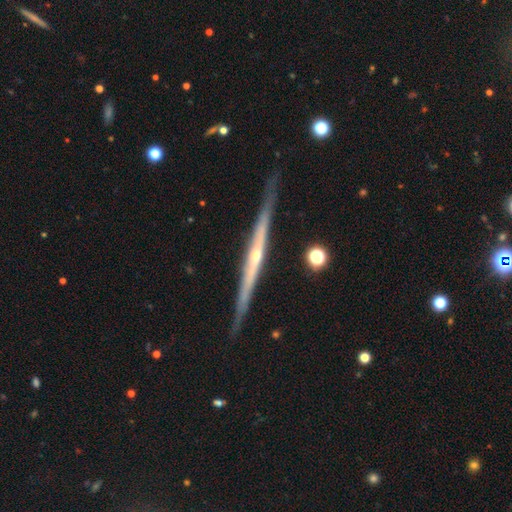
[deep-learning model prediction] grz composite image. It shows a featured or disk galaxy (85%) viewed edge-on (98%) with a rounded central bulge (71%). Merging: none (87%).